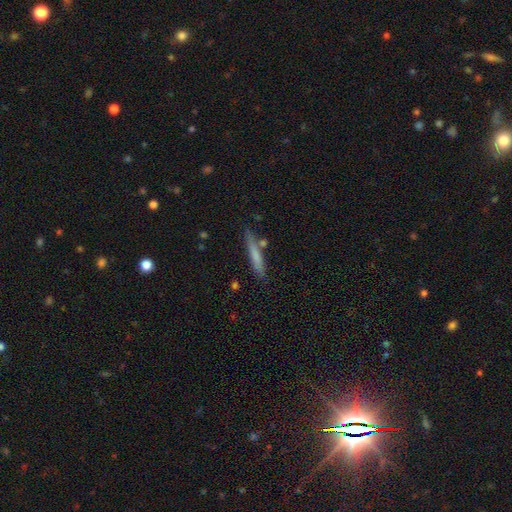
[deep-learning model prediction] Q: Smooth or featured?
A: smooth (68%); runner-up: featured or disk (26%)
Q: How rounded?
A: cigar-shaped (93%); runner-up: in between (6%)
Q: Merging?
A: none (78%); runner-up: minor disturbance (13%)